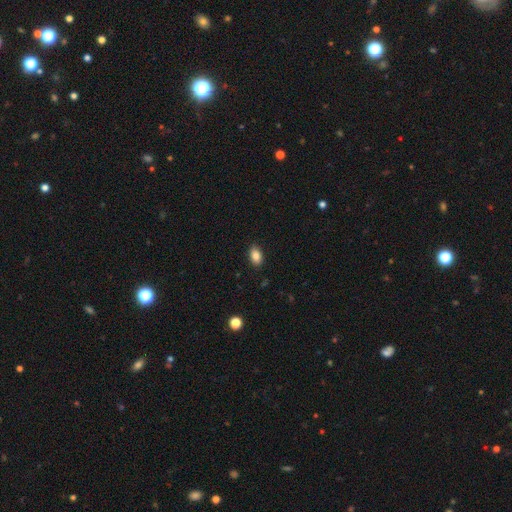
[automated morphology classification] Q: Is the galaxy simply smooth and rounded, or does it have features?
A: smooth — 86%.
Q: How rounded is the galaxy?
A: in between — 88%.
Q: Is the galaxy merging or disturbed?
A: none — 88%.